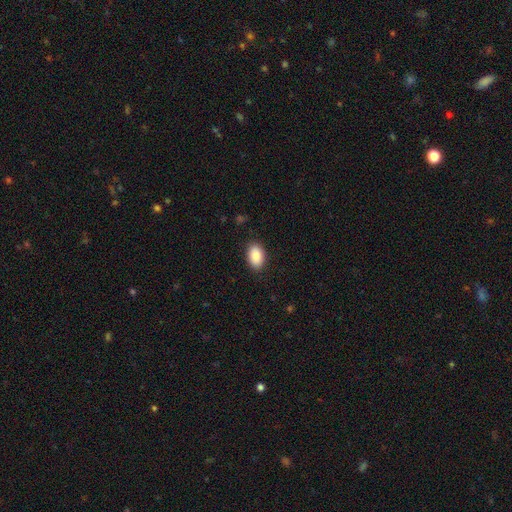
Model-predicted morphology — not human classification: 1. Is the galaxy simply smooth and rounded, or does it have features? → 89% smooth, 7% star or artifact, 4% featured or disk.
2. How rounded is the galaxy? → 90% in between, 8% round, 1% cigar-shaped.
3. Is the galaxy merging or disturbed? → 88% none, 9% minor disturbance, 2% major disturbance, 1% merger.